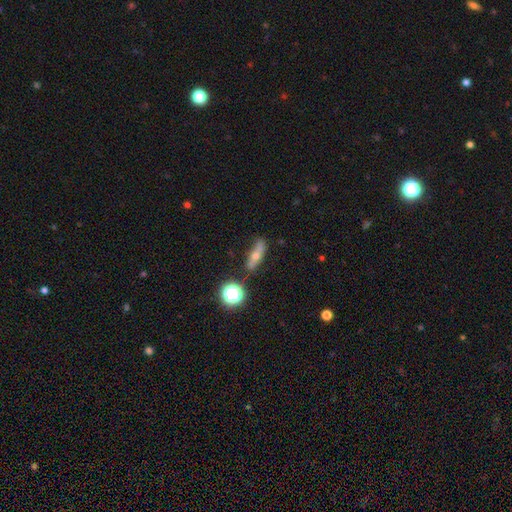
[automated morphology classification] Overall: smooth (51%; featured or disk 36%). How rounded: cigar-shaped (55%; in between 35%). Merging: none (70%).